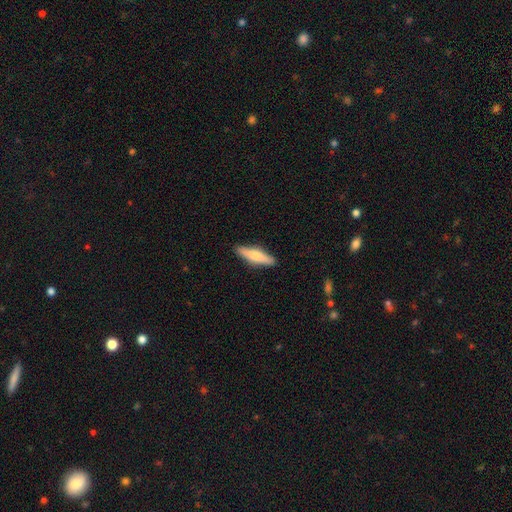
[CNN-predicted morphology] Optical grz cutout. It shows a smooth galaxy with no disk features (64%) that is cigar-shaped (72%). Merging: none (89%).